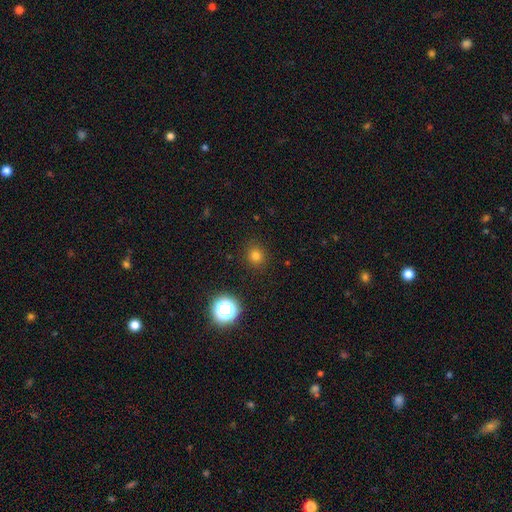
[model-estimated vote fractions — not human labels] This is likely a smooth galaxy (77%). How rounded: clearly round (90%). Merging: clearly none (90%).